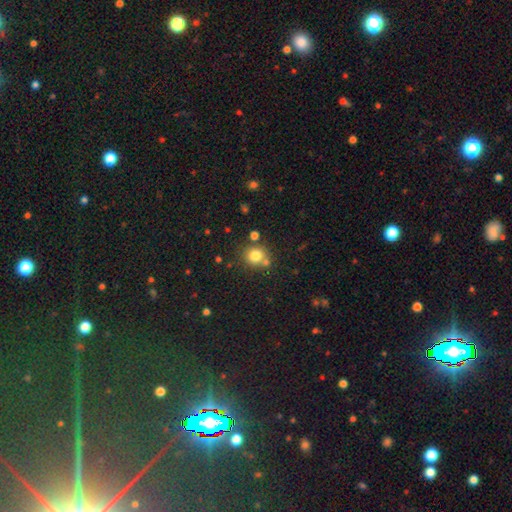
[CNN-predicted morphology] smooth 79%, star or artifact 13%, featured or disk 9%. Down the decision tree: how rounded — round (87%); merging — none (68%).